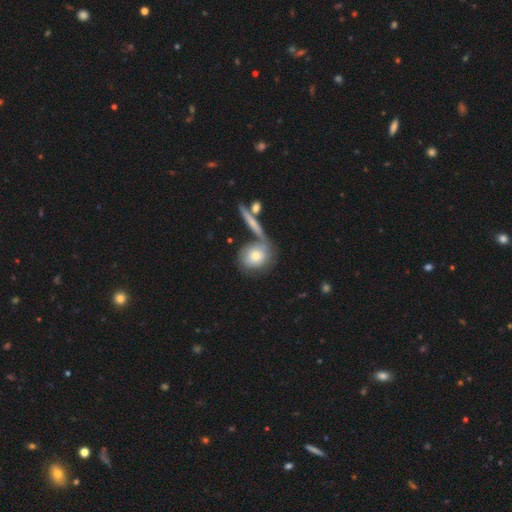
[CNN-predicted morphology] smooth-or-featured: smooth: 67% | featured or disk: 25% | star or artifact: 8%
  how-rounded: round: 70% | in between: 26% | cigar-shaped: 4%
  merging: none: 53% | merger: 26% | minor disturbance: 14% | major disturbance: 7%